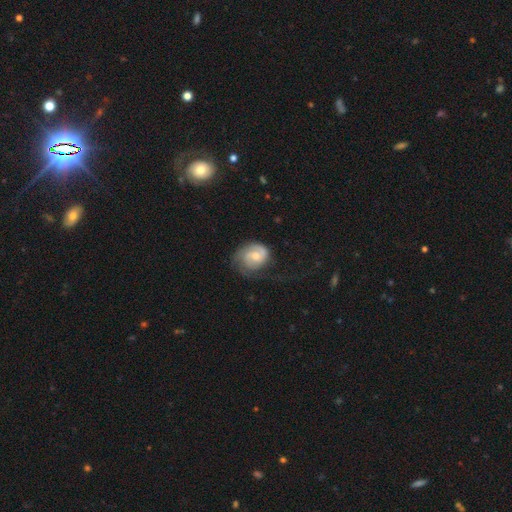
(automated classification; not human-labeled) featured or disk 63%, smooth 31%, star or artifact 6%. Down the decision tree: edge-on disk — no (97%); bar — no (63%); spiral arms — yes (87%); spiral arm count — 2 (47%); spiral winding — tight (43%); bulge size — moderate (62%); merging — none (53%).